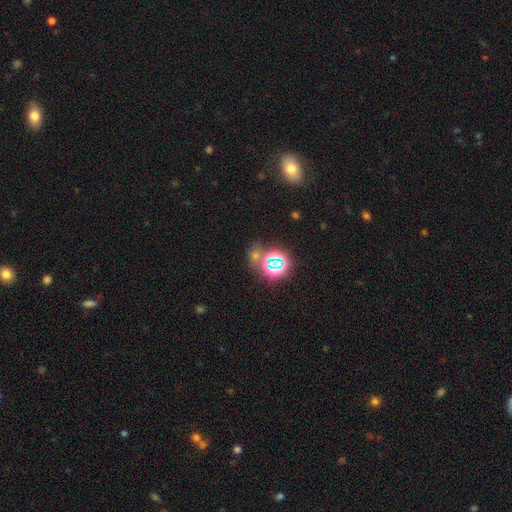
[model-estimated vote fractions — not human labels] A star or artifact, not a galaxy (64%).